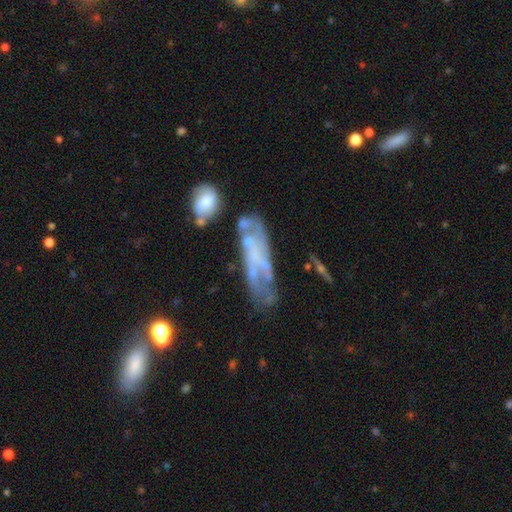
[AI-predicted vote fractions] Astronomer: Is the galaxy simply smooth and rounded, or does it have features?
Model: featured or disk — 62%.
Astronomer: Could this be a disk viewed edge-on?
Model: no — 78%.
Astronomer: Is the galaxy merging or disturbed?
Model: none — 47% (runner-up: minor disturbance, 24%).